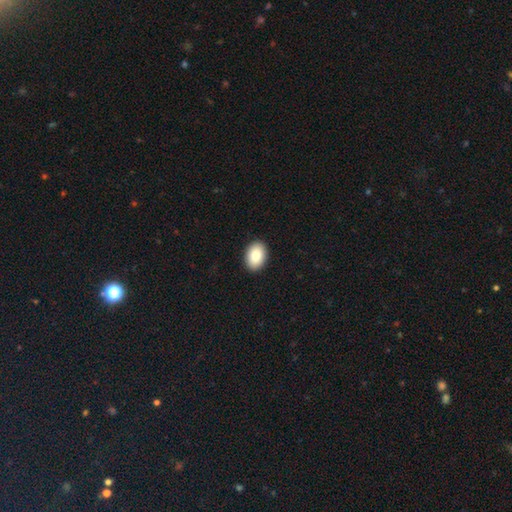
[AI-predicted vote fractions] smooth-or-featured: smooth: 87% | star or artifact: 7% | featured or disk: 6%
  how-rounded: in between: 86% | round: 13% | cigar-shaped: 1%
  merging: none: 91% | minor disturbance: 6% | major disturbance: 1% | merger: 1%